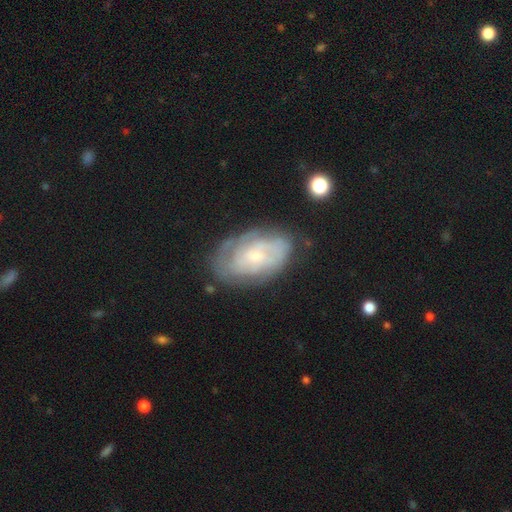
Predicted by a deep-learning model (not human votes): smooth-or-featured: featured or disk: 71% | smooth: 22% | star or artifact: 7%
  disk-edge-on: no: 96% | yes: 4%
    bar: no: 70% | weak: 26% | strong: 4%
    has-spiral-arms: yes: 83% | no: 17%
      spiral-winding: tight: 63% | medium: 28% | loose: 9%
      spiral-arm-count: can't tell: 53% | 2: 21% | 3: 12% | 4: 6% | 1: 4% | more than 4: 4%
    bulge-size: small: 66% | moderate: 27% | none: 4% | large: 2% | dominant: 1%
  merging: none: 68% | minor disturbance: 21% | major disturbance: 8% | merger: 2%